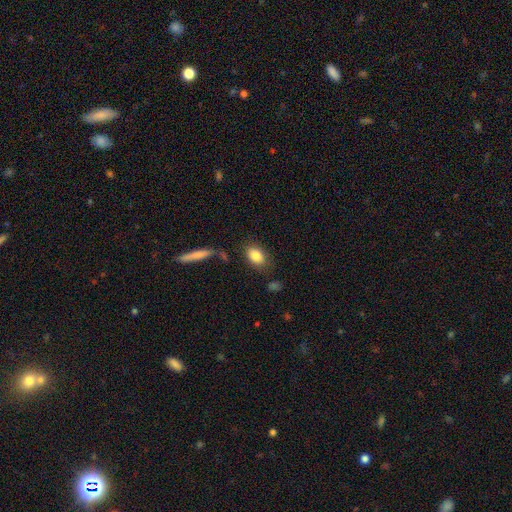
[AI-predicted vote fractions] A smooth galaxy with no disk features (84%) that is in between round and cigar-shaped (81%).

Vote fractions:
- Smooth or featured? smooth: 84% / featured or disk: 8% / star or artifact: 8%
- How rounded? in between: 81% / round: 16% / cigar-shaped: 2%
- Merging? none: 77% / minor disturbance: 14% / merger: 5% / major disturbance: 5%